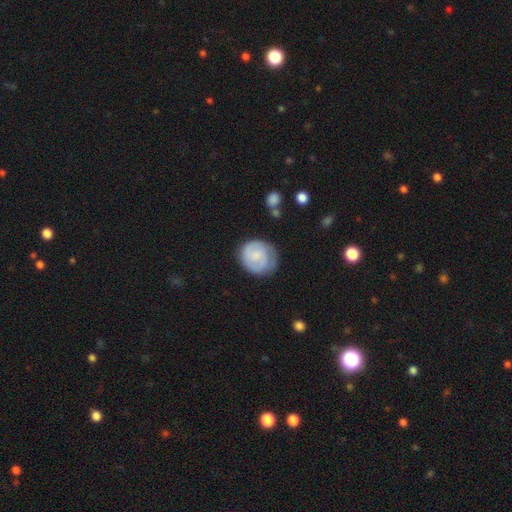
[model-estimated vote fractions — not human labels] smooth_or_featured: featured or disk (p=0.53) [alt: smooth p=0.41]
disk_edge_on: no (p=0.98) [alt: yes p=0.02]
bar: no (p=0.57) [alt: weak p=0.37]
has_spiral_arms: yes (p=0.88) [alt: no p=0.12]
bulge_size: small (p=0.40) [alt: none p=0.30]
merging: none (p=0.70) [alt: minor disturbance p=0.21]